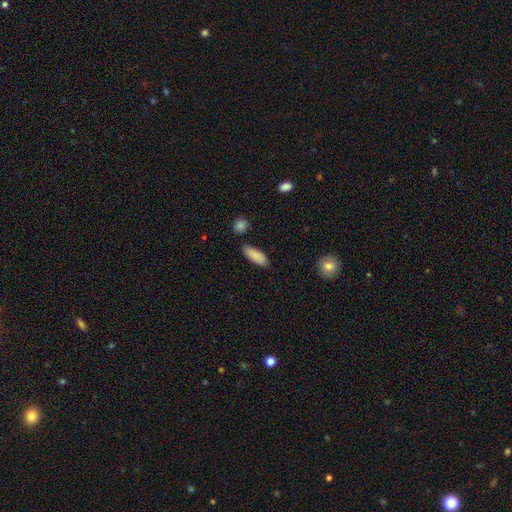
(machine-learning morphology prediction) type=smooth (87%); roundness=in between (74%); merging=none (79%).